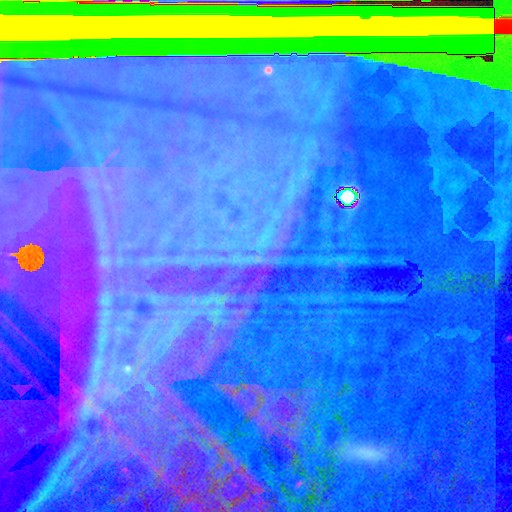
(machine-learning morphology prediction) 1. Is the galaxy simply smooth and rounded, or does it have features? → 86% star or artifact, 8% featured or disk, 7% smooth.